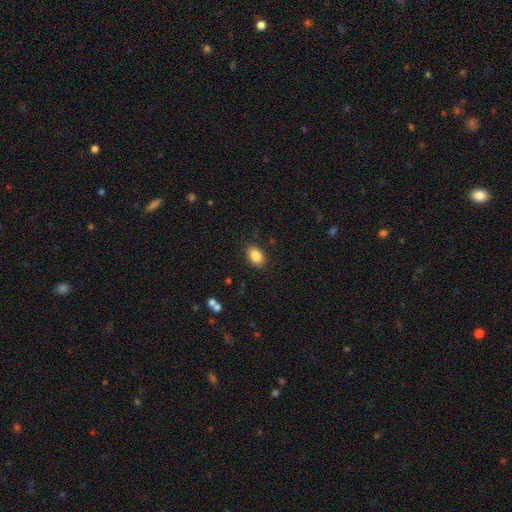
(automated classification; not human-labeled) Smooth or featured?
  - smooth: 86% *
  - star or artifact: 8%
  - featured or disk: 6%
How rounded?
  - in between: 86% *
  - round: 12%
  - cigar-shaped: 1%
Merging?
  - none: 87% *
  - minor disturbance: 10%
  - major disturbance: 2%
  - merger: 1%